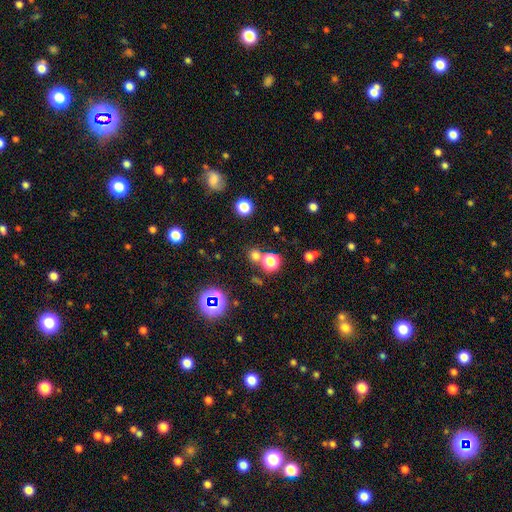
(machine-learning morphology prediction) Q: Smooth or featured?
A: smooth (64%); runner-up: star or artifact (29%)
Q: How rounded?
A: round (88%); runner-up: in between (11%)
Q: Merging?
A: none (69%); runner-up: merger (20%)